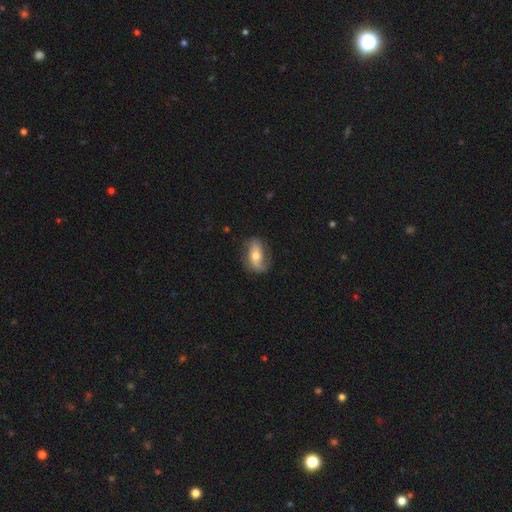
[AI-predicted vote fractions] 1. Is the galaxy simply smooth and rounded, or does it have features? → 61% featured or disk, 32% smooth, 7% star or artifact.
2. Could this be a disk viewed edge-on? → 93% no, 7% yes.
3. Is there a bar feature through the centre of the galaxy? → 48% no, 30% weak, 22% strong.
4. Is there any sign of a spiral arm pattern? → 84% yes, 16% no.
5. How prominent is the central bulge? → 67% moderate, 25% small, 6% large, 1% none, 1% dominant.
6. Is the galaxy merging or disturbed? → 70% none, 20% minor disturbance, 9% major disturbance, 1% merger.